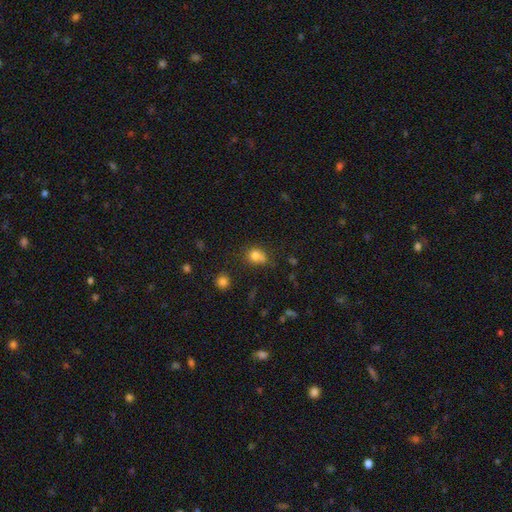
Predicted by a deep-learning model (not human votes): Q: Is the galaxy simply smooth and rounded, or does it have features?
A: smooth — 74%.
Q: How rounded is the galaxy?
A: round — 67%.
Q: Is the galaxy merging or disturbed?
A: none — 43%.